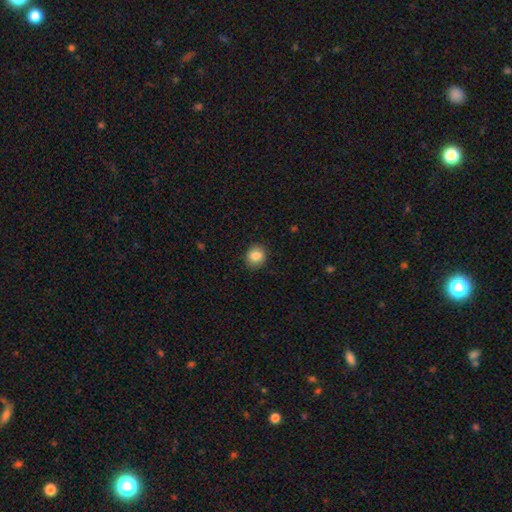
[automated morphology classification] Smooth or featured? Predicted: smooth (p=0.85). How rounded? Predicted: round (p=0.82). Merging? Predicted: none (p=0.90).